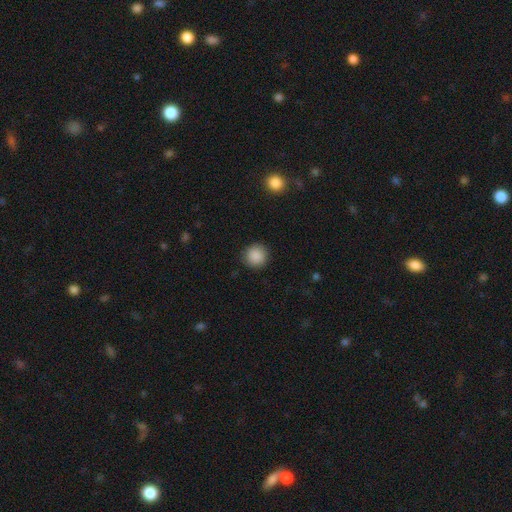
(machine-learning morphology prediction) Smooth or featured?
  - smooth: 89% *
  - star or artifact: 8%
  - featured or disk: 3%
How rounded?
  - round: 93% *
  - in between: 6%
  - cigar-shaped: 1%
Merging?
  - none: 90% *
  - minor disturbance: 7%
  - major disturbance: 2%
  - merger: 1%